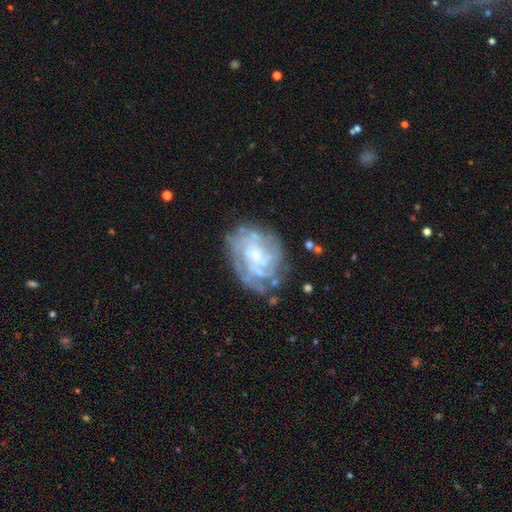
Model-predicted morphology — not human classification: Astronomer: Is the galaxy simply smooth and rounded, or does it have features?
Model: featured or disk — 78%.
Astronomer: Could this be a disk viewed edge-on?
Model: no — 97%.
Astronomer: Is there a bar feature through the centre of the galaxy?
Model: no — 66%.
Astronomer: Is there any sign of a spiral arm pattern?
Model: yes — 82%.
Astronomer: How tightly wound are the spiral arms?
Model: tight — 62%.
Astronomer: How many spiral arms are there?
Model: can't tell — 51%.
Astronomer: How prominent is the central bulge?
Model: small — 56%.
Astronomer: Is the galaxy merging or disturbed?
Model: none — 64%.